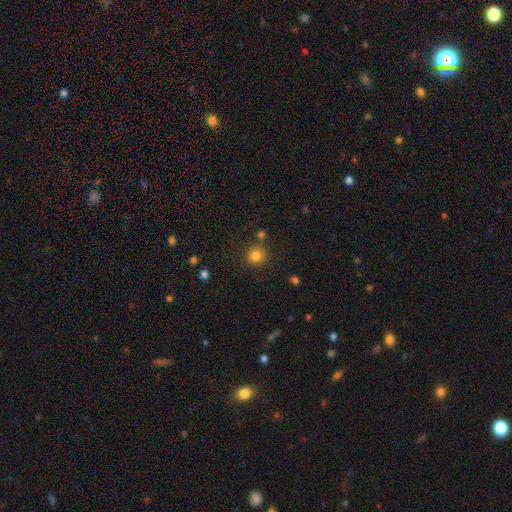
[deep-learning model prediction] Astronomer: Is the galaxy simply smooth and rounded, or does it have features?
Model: smooth — 81%.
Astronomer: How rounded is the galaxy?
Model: round — 92%.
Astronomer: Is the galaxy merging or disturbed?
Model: none — 80%.